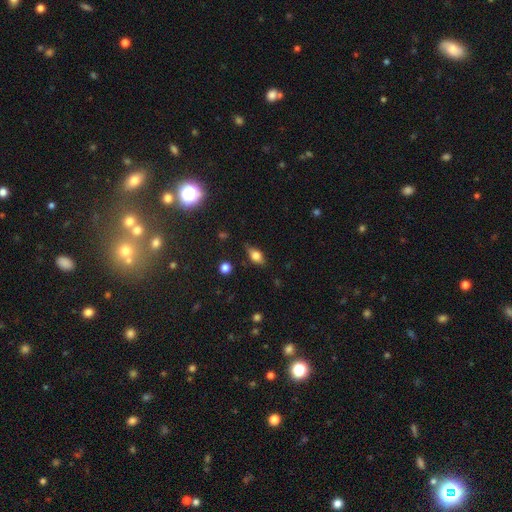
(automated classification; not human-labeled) Smooth or featured?
  - smooth: 65% *
  - featured or disk: 24%
  - star or artifact: 11%
How rounded?
  - in between: 78% *
  - round: 13%
  - cigar-shaped: 10%
Merging?
  - none: 72% *
  - minor disturbance: 21%
  - major disturbance: 5%
  - merger: 2%